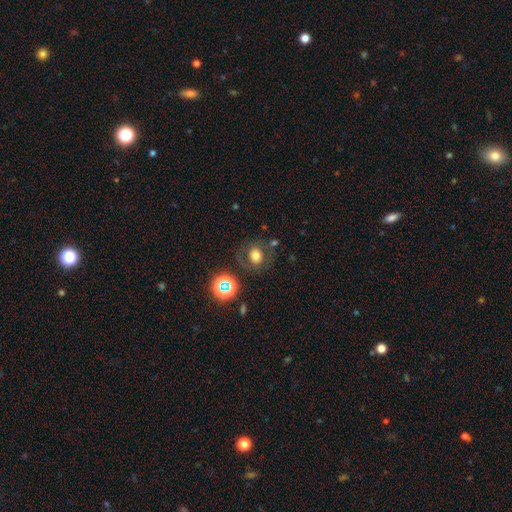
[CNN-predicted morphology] Smooth or featured?
  - smooth: 62% *
  - featured or disk: 21%
  - star or artifact: 18%
How rounded?
  - round: 72% *
  - in between: 27%
  - cigar-shaped: 1%
Merging?
  - none: 71% *
  - minor disturbance: 14%
  - major disturbance: 10%
  - merger: 4%